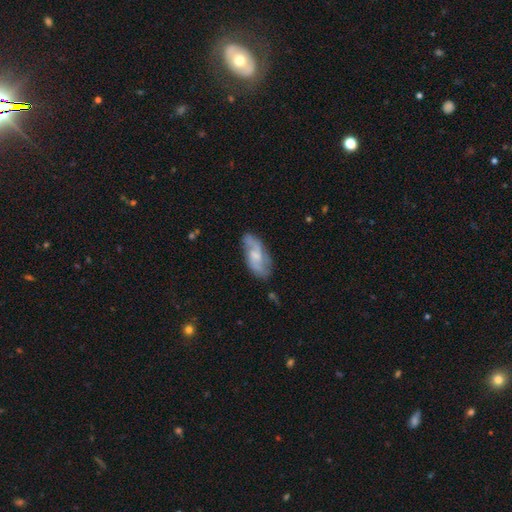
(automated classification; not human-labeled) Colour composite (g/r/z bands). It shows a featured or disk galaxy (64%) with no bar (52%), 2 (72%) medium (42%) spiral arms (88%) and a small central bulge (44%). Merging: none (68%).